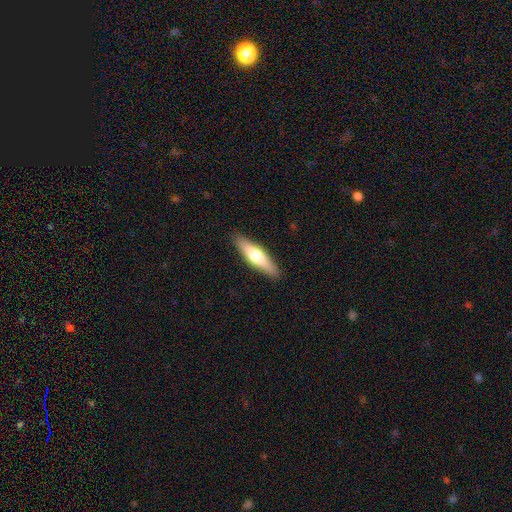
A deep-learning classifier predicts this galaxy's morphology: smooth-or-featured: smooth: 57% | featured or disk: 38% | star or artifact: 5%
  how-rounded: cigar-shaped: 73% | in between: 26% | round: 2%
  merging: none: 89% | minor disturbance: 8% | major disturbance: 2% | merger: 1%